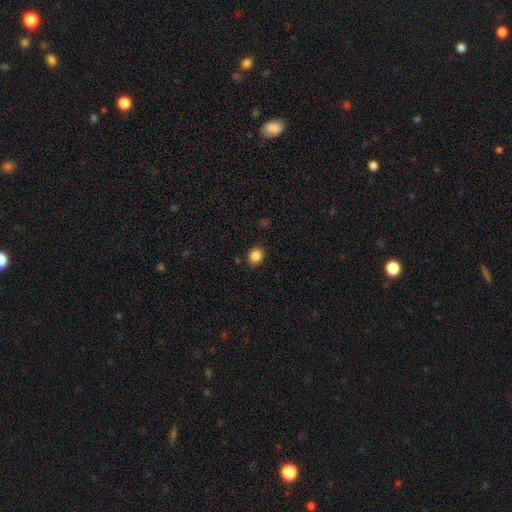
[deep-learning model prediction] Smooth or featured?
  - smooth: 86% *
  - star or artifact: 10%
  - featured or disk: 4%
How rounded?
  - round: 61% *
  - in between: 38%
  - cigar-shaped: 1%
Merging?
  - none: 88% *
  - minor disturbance: 8%
  - major disturbance: 2%
  - merger: 2%